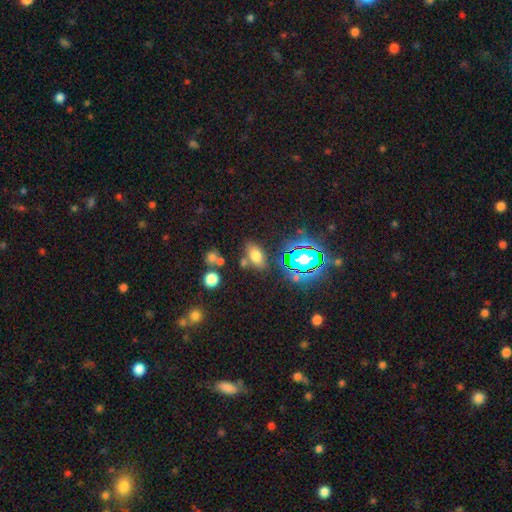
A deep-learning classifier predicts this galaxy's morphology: A smooth galaxy with no disk features (67%) that is in between round and cigar-shaped (85%). Merging: none (71%).